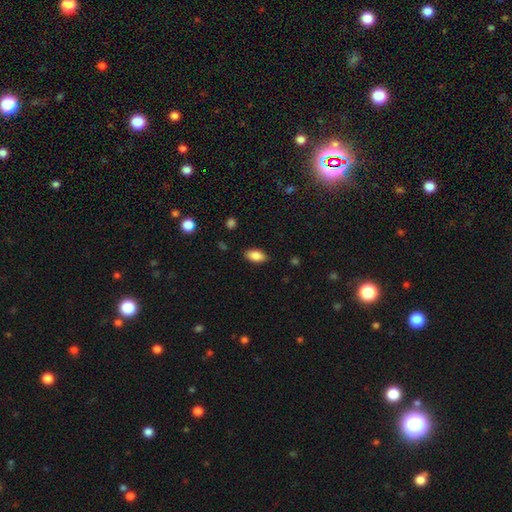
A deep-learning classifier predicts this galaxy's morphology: The model was most divided on "smooth or featured": smooth: 85%, star or artifact: 8%, featured or disk: 8%. More confident: how rounded — in between (92%); merging — none (87%).